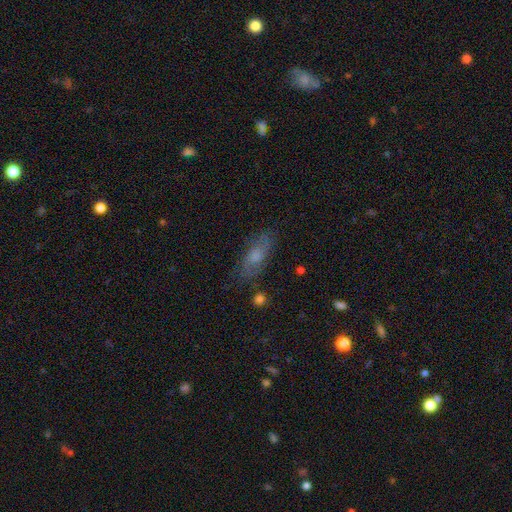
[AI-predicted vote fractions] This appears to be a smooth galaxy with no disk features (48%). Merging: none (75%).